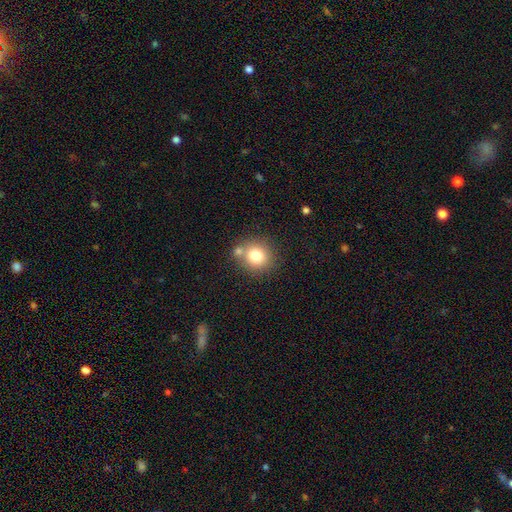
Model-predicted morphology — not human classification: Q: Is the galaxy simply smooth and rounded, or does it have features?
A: smooth — 77%.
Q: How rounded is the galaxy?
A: round — 88%.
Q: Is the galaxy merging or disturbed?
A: none — 69%.